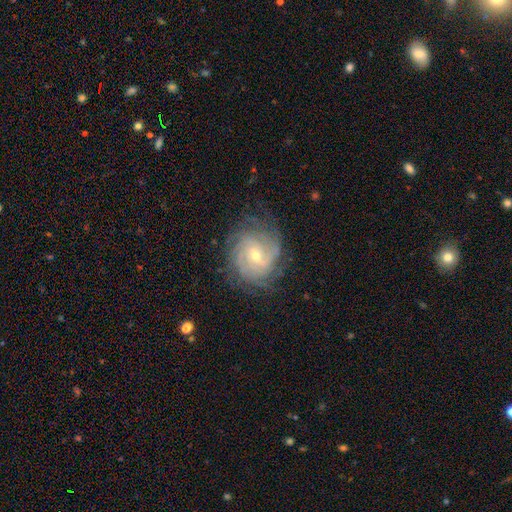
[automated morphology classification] This is clearly a featured or disk galaxy (84%). It is clearly not viewed edge-on (97%). Bar: possibly weak (52%). Spiral arm pattern: clearly yes (96%). Spiral arm count: marginally can't tell (35%). Spiral winding: likely tight (66%). Central bulge: likely small (61%). Merging: likely none (75%).